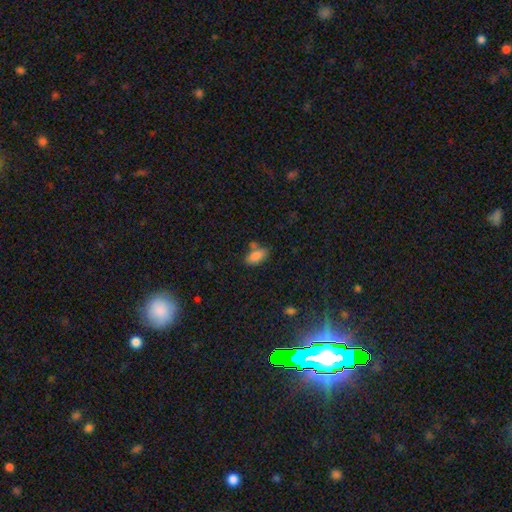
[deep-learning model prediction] The model was most divided on "merging": none: 62%, minor disturbance: 17%, merger: 17%, major disturbance: 5%. More confident: how rounded — in between (91%); smooth or featured — smooth (85%).